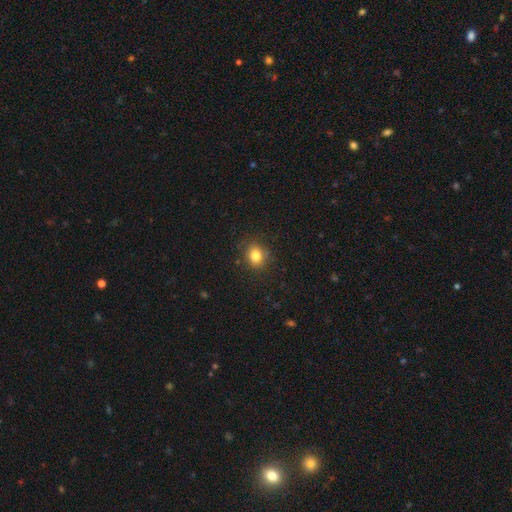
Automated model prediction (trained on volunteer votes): Smooth or featured?
  - smooth: 82% *
  - star or artifact: 11%
  - featured or disk: 7%
How rounded?
  - round: 56% *
  - in between: 43%
  - cigar-shaped: 1%
Merging?
  - none: 82% *
  - minor disturbance: 13%
  - major disturbance: 3%
  - merger: 2%